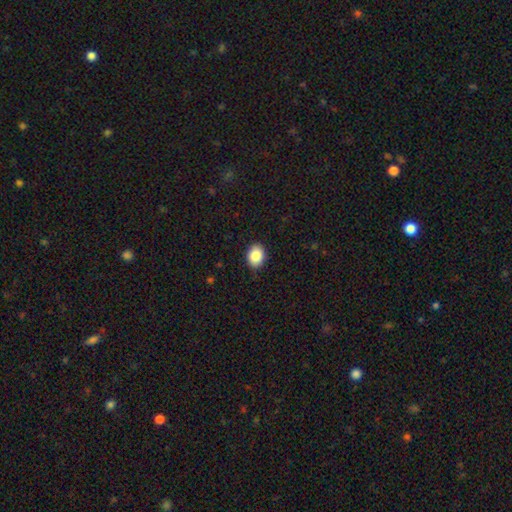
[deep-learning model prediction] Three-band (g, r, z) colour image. It shows a smooth galaxy with no disk features (87%) that is in between round and cigar-shaped (65%). Merging: none (89%).